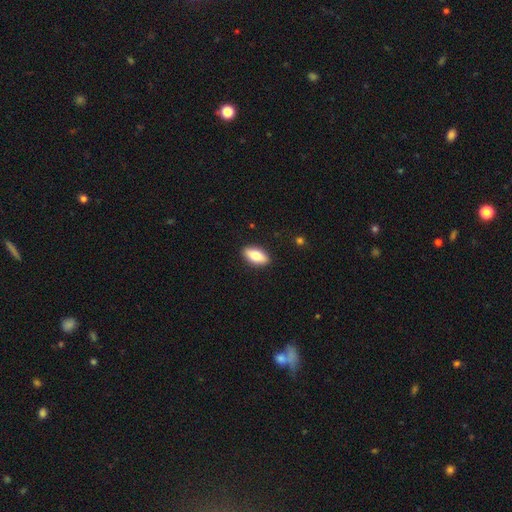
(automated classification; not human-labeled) smooth 77%, featured or disk 16%, star or artifact 6%. Down the decision tree: how rounded — in between (88%); merging — none (90%).